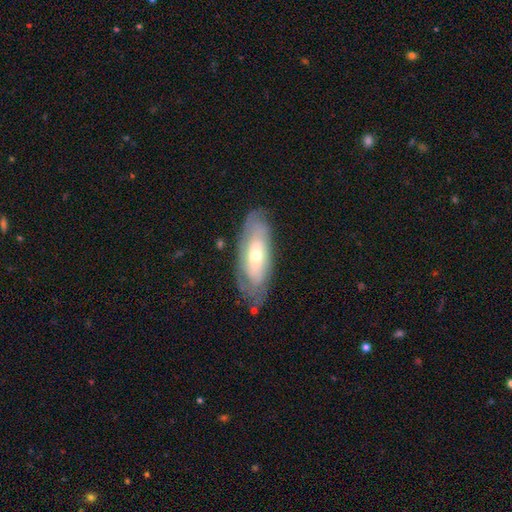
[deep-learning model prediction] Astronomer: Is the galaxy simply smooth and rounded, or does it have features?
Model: featured or disk — 60%.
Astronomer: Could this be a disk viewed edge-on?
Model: no — 80%.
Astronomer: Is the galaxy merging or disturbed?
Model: none — 74%.